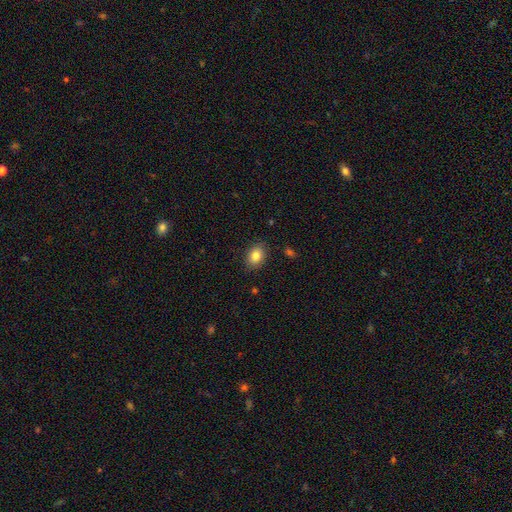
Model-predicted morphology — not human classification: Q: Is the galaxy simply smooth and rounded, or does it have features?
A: smooth — 84%.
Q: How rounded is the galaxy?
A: in between — 72%.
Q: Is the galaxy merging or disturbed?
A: none — 86%.